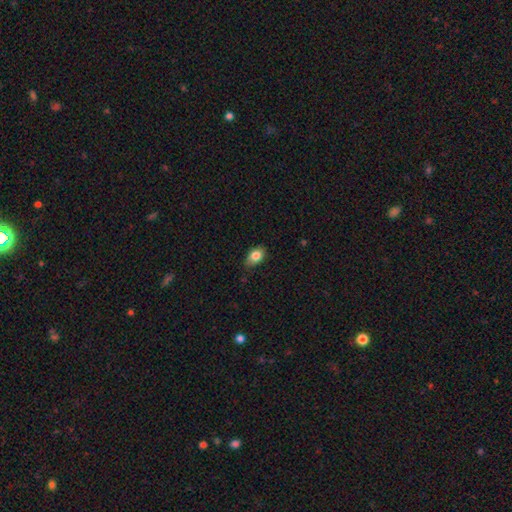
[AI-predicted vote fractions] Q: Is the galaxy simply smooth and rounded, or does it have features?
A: smooth — 83%.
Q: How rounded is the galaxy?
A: in between — 83%.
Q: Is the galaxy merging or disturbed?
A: none — 75%.